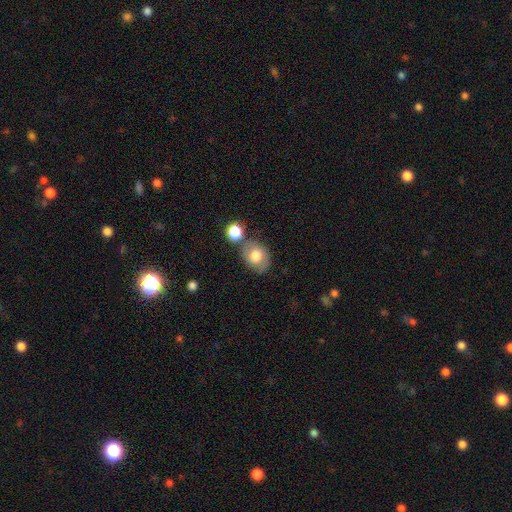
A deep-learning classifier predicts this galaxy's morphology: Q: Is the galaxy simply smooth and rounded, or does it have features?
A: smooth — 68%.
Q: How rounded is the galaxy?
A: in between — 56%.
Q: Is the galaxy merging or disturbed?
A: none — 60%.